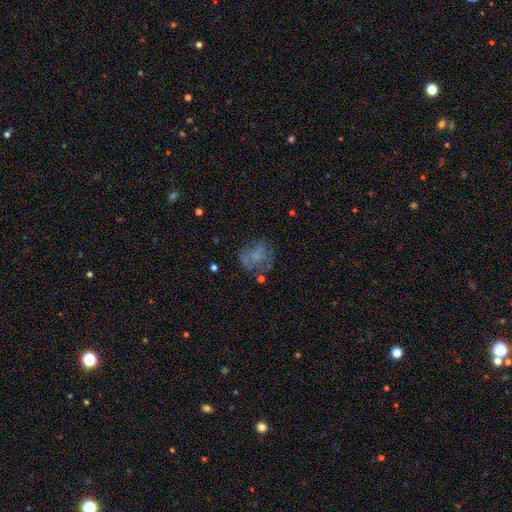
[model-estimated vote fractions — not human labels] Overall: smooth (46%; featured or disk 39%). Merging: none (56%; minor disturbance 21%).